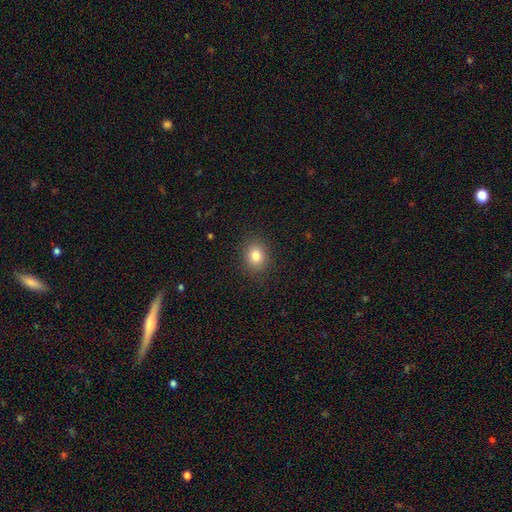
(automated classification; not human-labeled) Smooth or featured: smooth — 82% (star or artifact — 12%)
How rounded: round — 64% (in between — 35%)
Merging: none — 89% (minor disturbance — 8%)